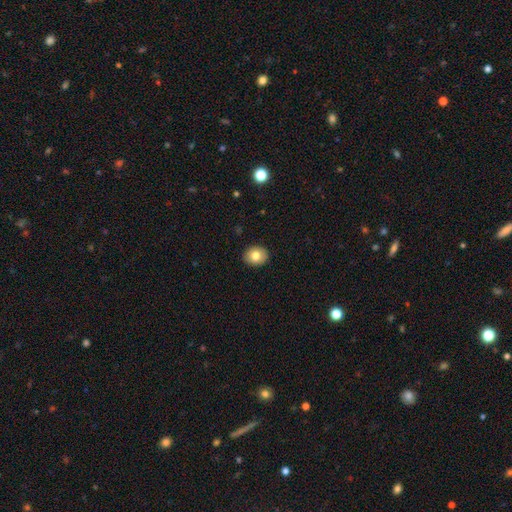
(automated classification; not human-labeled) Overall: smooth (79%). How rounded: round (60%; in between 40%). Merging: none (90%).